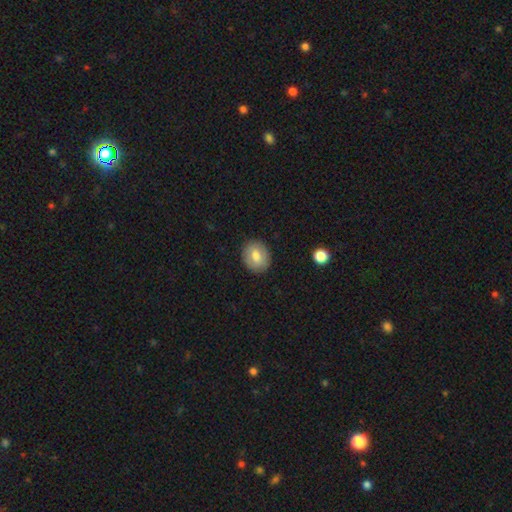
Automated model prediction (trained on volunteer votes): This appears to be a smooth galaxy with no disk features (74%) that is round (54%). Merging: none (88%).